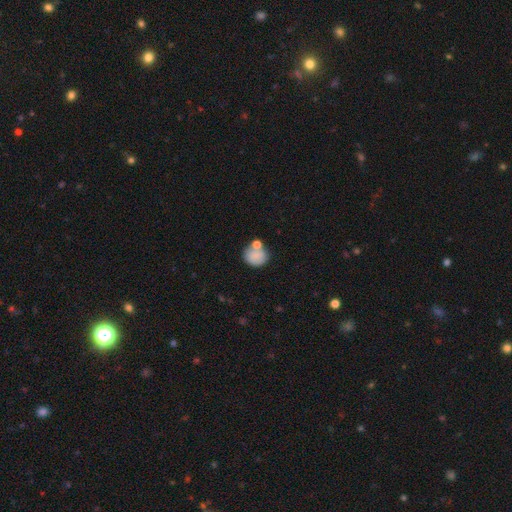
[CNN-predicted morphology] Smooth or featured?
  - smooth: 81% *
  - featured or disk: 10%
  - star or artifact: 9%
How rounded?
  - round: 74% *
  - in between: 25%
  - cigar-shaped: 1%
Merging?
  - none: 57% *
  - merger: 22%
  - minor disturbance: 15%
  - major disturbance: 6%